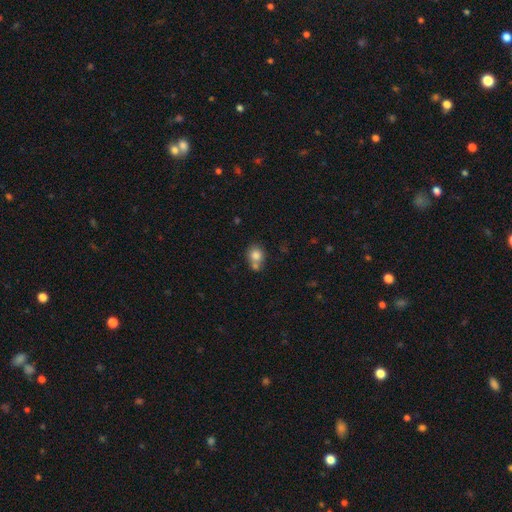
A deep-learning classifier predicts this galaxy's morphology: This is clearly a smooth galaxy (80%). How rounded: likely round (73%). Merging: possibly none (48%).